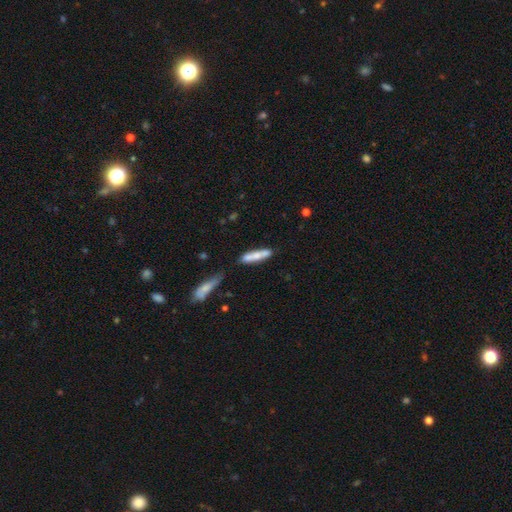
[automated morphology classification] Smooth or featured? Predicted: smooth (p=0.65). How rounded? Predicted: cigar-shaped (p=0.80). Merging? Predicted: none (p=0.60).